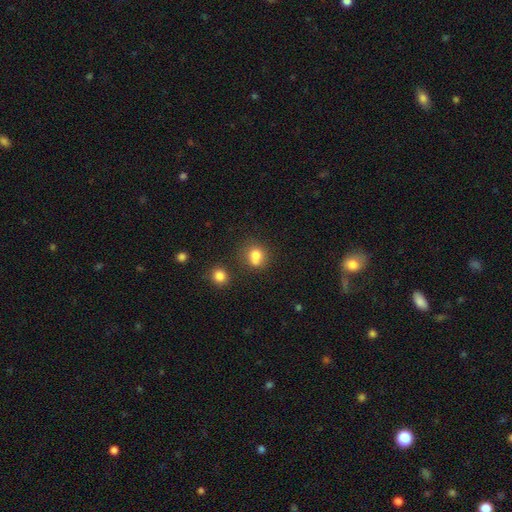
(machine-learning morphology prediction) type=smooth (77%); roundness=round (71%); merging=none (49%).